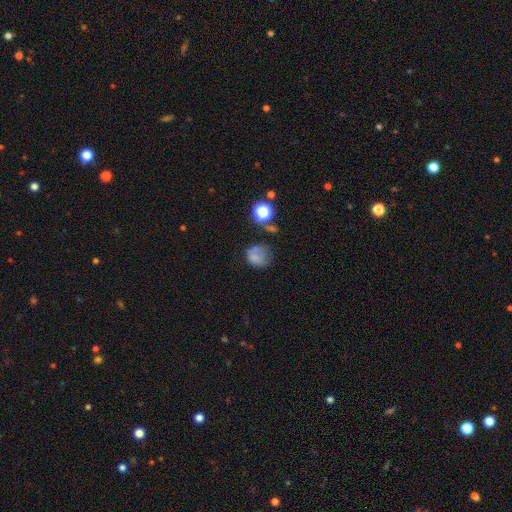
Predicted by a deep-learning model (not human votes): Smooth or featured?
  - smooth: 68% *
  - star or artifact: 16%
  - featured or disk: 15%
How rounded?
  - round: 72% *
  - in between: 27%
  - cigar-shaped: 1%
Merging?
  - none: 42% *
  - minor disturbance: 27%
  - major disturbance: 24%
  - merger: 8%